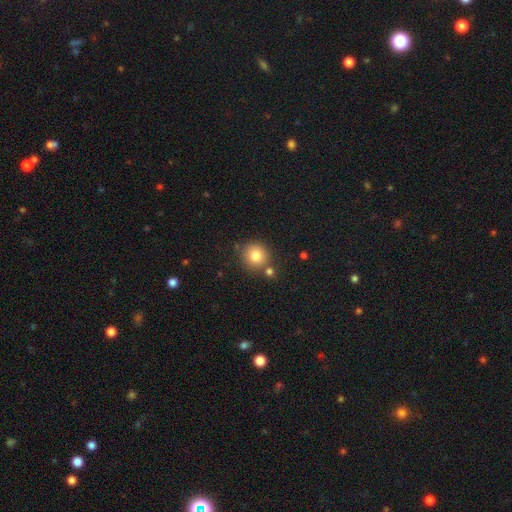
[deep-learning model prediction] A smooth galaxy with no disk features (80%) that is round (91%).

Vote fractions:
- Smooth or featured? smooth: 80% / star or artifact: 11% / featured or disk: 9%
- How rounded? round: 91% / in between: 8% / cigar-shaped: 1%
- Merging? none: 76% / merger: 12% / minor disturbance: 9% / major disturbance: 3%